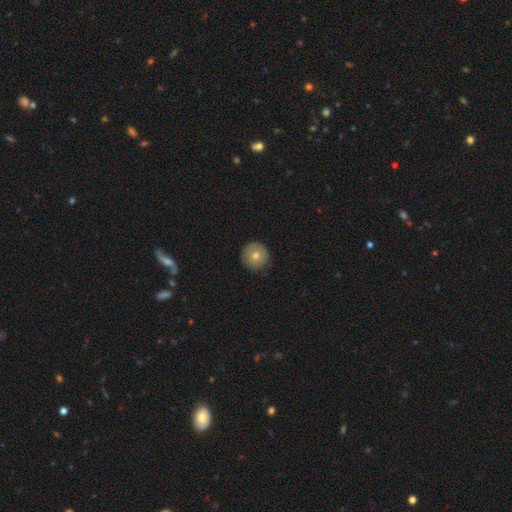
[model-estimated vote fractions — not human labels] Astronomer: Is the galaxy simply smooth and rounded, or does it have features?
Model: smooth — 73%.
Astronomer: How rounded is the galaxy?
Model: round — 96%.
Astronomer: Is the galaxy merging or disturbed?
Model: none — 89%.